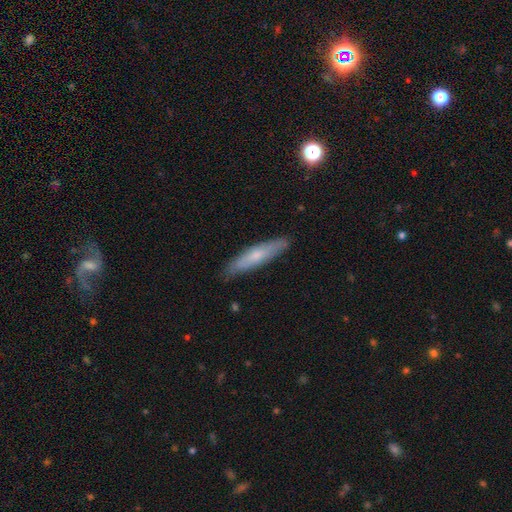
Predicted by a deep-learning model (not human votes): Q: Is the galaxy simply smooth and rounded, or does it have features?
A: smooth — 61%.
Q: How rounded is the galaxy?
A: cigar-shaped — 86%.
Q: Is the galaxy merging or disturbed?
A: none — 86%.